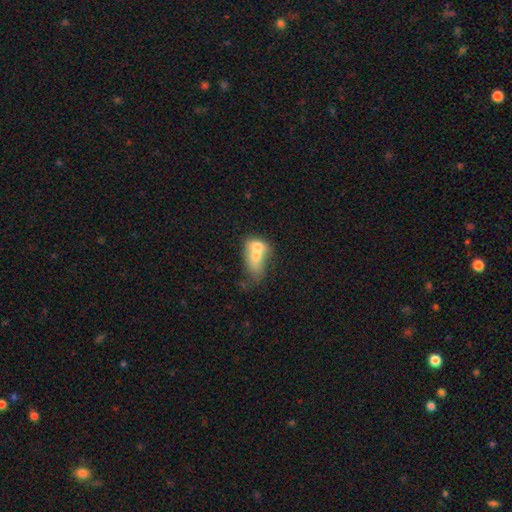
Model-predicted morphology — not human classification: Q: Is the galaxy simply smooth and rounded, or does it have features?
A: smooth — 63%.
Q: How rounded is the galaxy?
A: in between — 79%.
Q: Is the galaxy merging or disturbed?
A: merger — 65%.